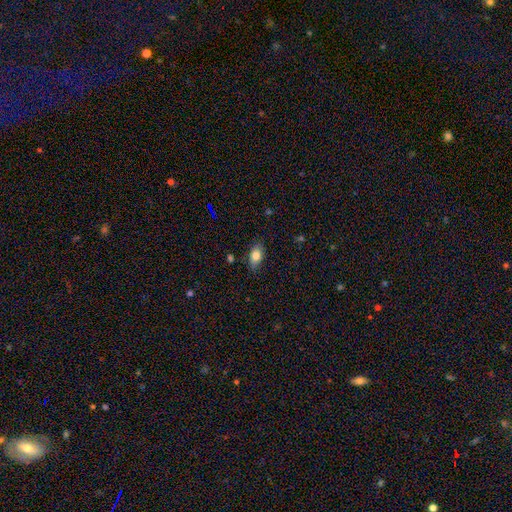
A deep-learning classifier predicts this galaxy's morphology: Smooth or featured? smooth (81%)
How rounded? in between (86%)
Merging? none (79%)